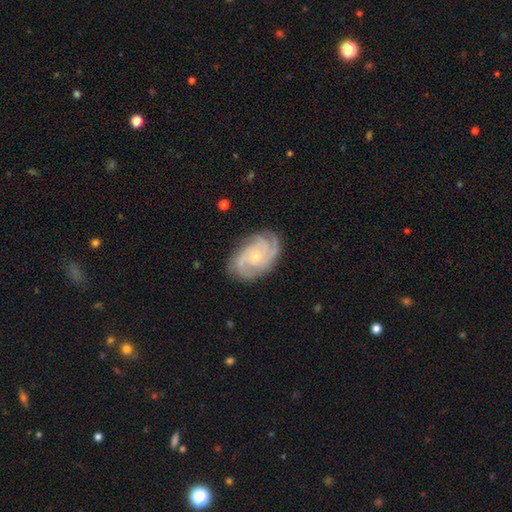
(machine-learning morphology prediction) smooth_or_featured: featured or disk (p=0.88) [alt: smooth p=0.07]
disk_edge_on: no (p=0.97) [alt: yes p=0.03]
bar: no (p=0.74) [alt: weak p=0.22]
has_spiral_arms: yes (p=0.98) [alt: no p=0.02]
spiral_winding: tight (p=0.61) [alt: medium p=0.34]
spiral_arm_count: 3 (p=0.46) [alt: 4 p=0.17]
bulge_size: small (p=0.70) [alt: moderate p=0.27]
merging: none (p=0.80) [alt: minor disturbance p=0.15]